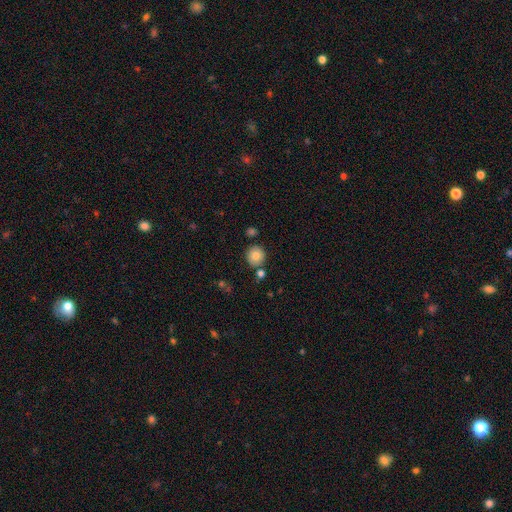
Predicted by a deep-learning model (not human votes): Smooth or featured: smooth — 83% (star or artifact — 9%)
How rounded: round — 89% (in between — 10%)
Merging: none — 79% (minor disturbance — 10%)